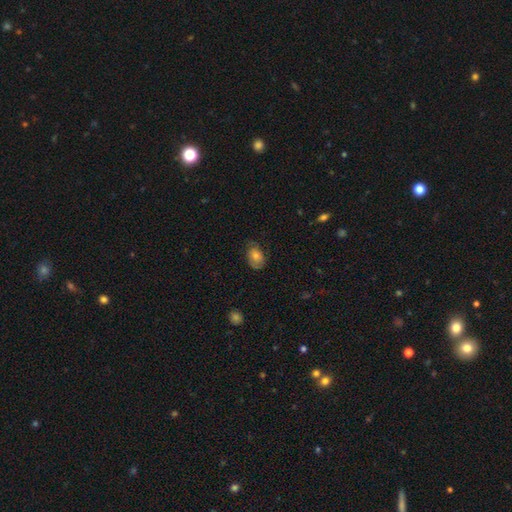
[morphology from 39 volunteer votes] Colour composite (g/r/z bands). It shows a smooth galaxy with no disk features (54%) that is in between round and cigar-shaped (81%). Merging: none (74%).